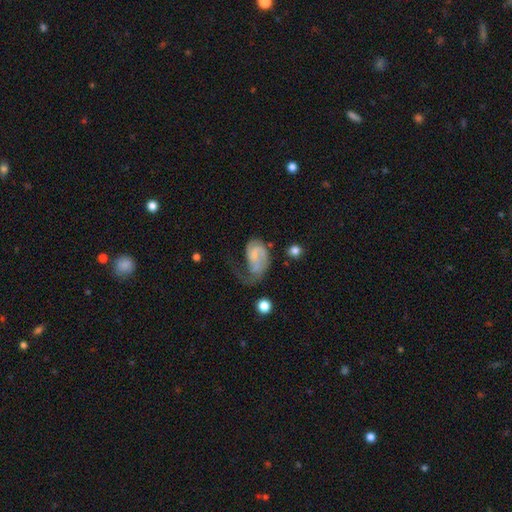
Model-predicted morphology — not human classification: featured or disk 69%, smooth 24%, star or artifact 7%. Down the decision tree: edge-on disk — no (98%); bar — no (60%); spiral arms — yes (88%); spiral arm count — 1 (55%); spiral winding — medium (37%, tied with loose); bulge size — none (41%); merging — major disturbance (53%).